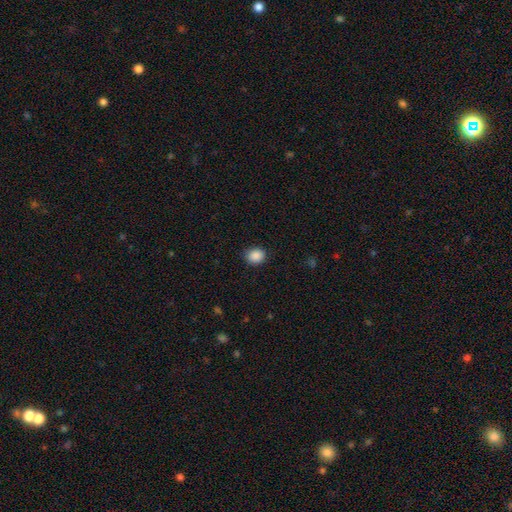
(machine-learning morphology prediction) This appears to be a smooth galaxy with no disk features (89%) that is round (66%). Merging: none (87%).